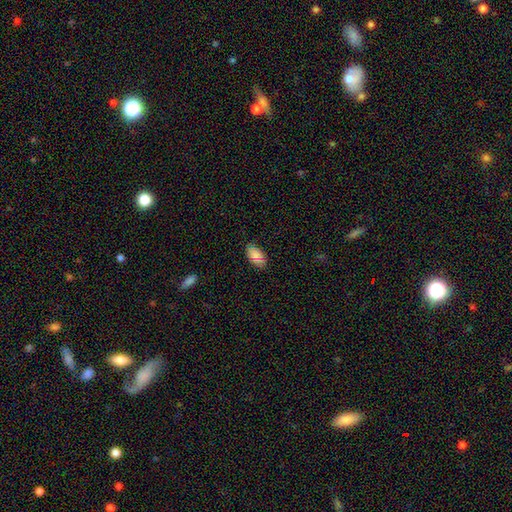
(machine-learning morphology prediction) Smooth or featured?
  - smooth: 84% *
  - featured or disk: 9%
  - star or artifact: 8%
How rounded?
  - in between: 94% *
  - round: 3%
  - cigar-shaped: 3%
Merging?
  - none: 81% *
  - minor disturbance: 15%
  - major disturbance: 3%
  - merger: 1%